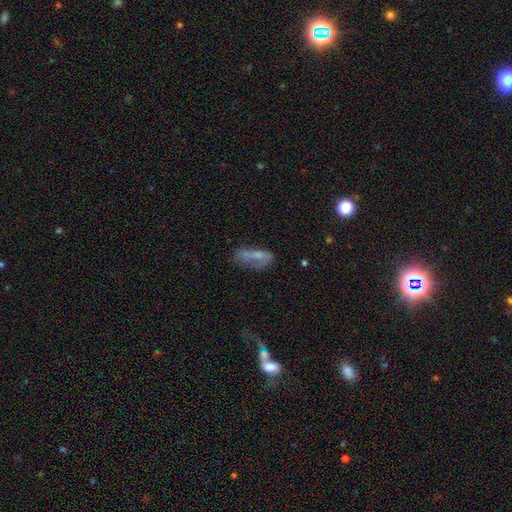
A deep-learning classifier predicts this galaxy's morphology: This is possibly a smooth galaxy (58%). How rounded: likely in between (63%). Merging: marginally none (42%).